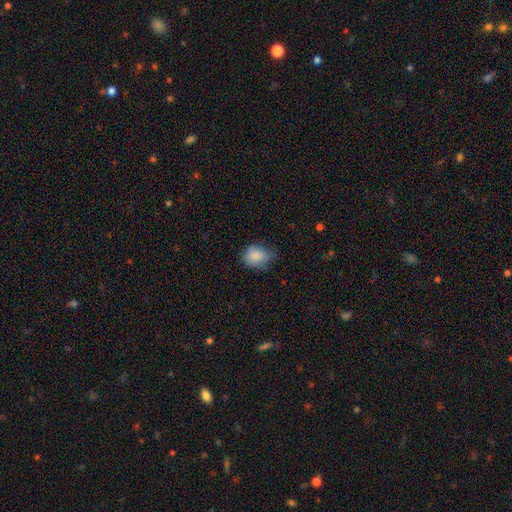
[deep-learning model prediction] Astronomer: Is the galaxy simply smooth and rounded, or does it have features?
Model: smooth — 86%.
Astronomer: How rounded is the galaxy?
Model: in between — 53% (runner-up: round, 46%).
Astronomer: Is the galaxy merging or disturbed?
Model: none — 55% (runner-up: minor disturbance, 35%).